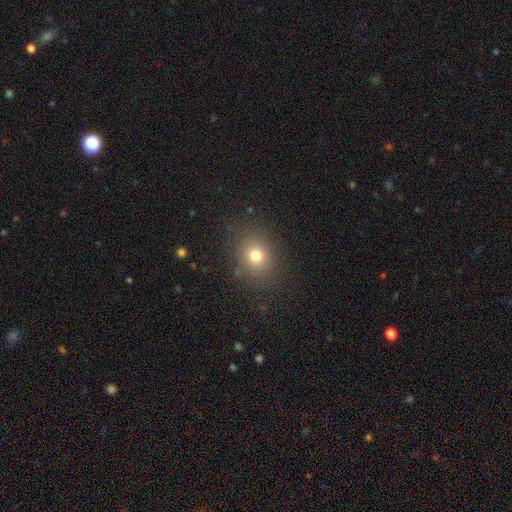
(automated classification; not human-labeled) The model was most divided on "how rounded": round: 66%, in between: 33%, cigar-shaped: 1%. More confident: merging — none (85%); smooth or featured — smooth (74%).